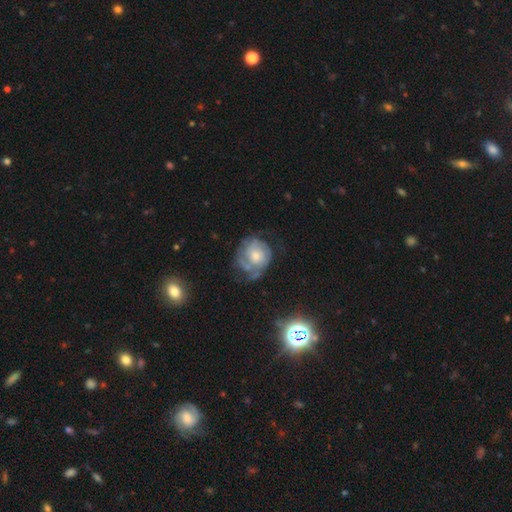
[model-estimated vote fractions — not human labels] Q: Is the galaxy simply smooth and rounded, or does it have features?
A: featured or disk — 63%.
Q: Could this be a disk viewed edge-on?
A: no — 98%.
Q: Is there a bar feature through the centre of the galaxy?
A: no — 80%.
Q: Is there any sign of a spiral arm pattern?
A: yes — 71%.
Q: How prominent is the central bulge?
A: moderate — 51%.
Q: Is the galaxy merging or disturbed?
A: none — 45%.